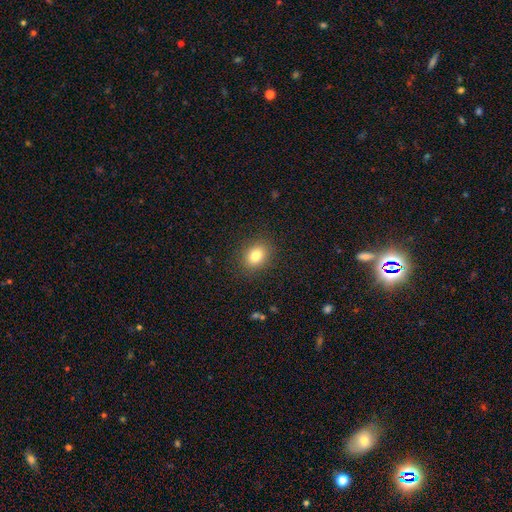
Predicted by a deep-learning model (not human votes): smooth 81%, star or artifact 11%, featured or disk 8%. Down the decision tree: how rounded — in between (54%); merging — none (88%).